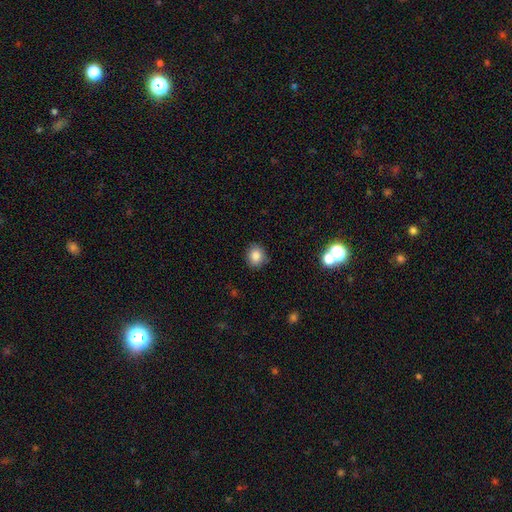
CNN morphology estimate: smooth 84%, star or artifact 11%, featured or disk 5%. Down the decision tree: how rounded — round (80%); merging — none (87%).